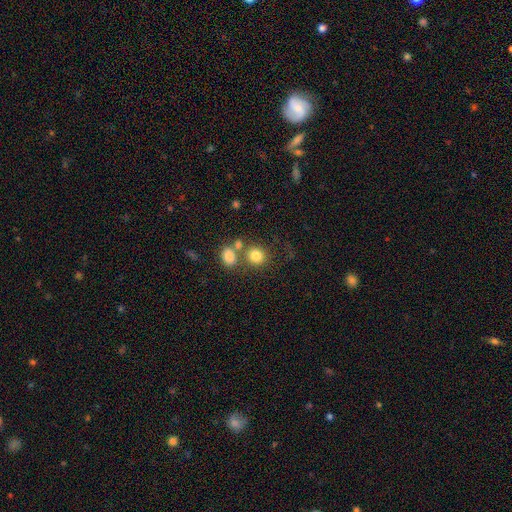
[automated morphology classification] A smooth galaxy with no disk features (80%) that is round (80%). Merging: none (58%).